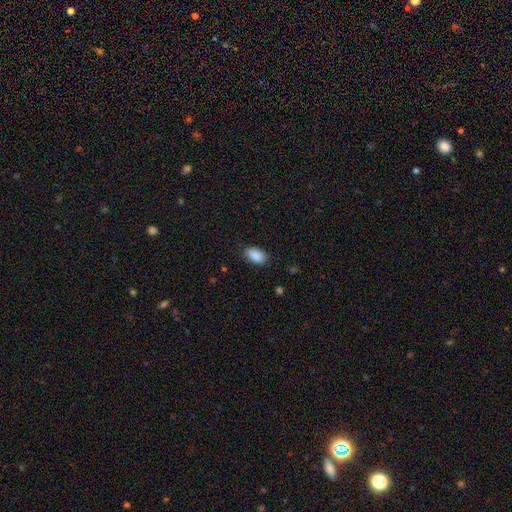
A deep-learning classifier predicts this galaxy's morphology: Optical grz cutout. It shows a smooth galaxy with no disk features (89%) that is in between round and cigar-shaped (92%). Merging: none (80%).